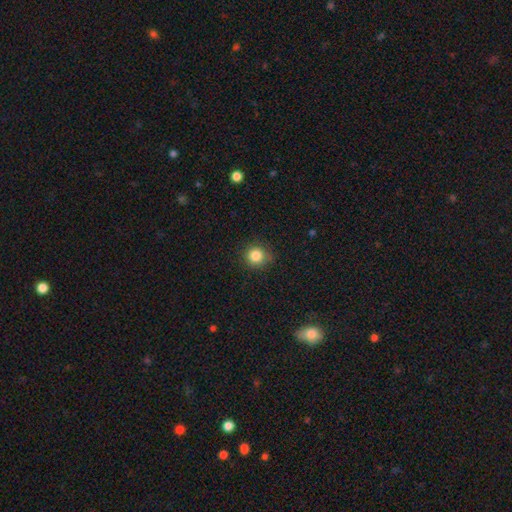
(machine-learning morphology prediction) type=smooth (84%); roundness=round (88%); merging=none (83%).